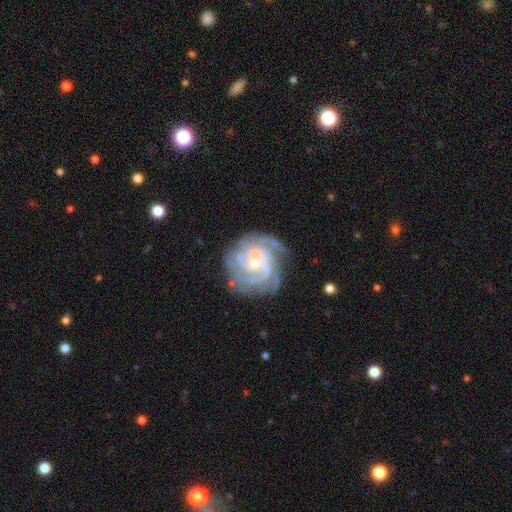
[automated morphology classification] Smooth or featured?
  - featured or disk: 87% *
  - smooth: 7%
  - star or artifact: 6%
Edge-on disk?
  - no: 98% *
  - yes: 2%
Bar?
  - no: 65% *
  - weak: 28%
  - strong: 7%
Spiral arms?
  - yes: 96% *
  - no: 4%
Spiral winding?
  - tight: 69% *
  - medium: 26%
  - loose: 5%
Spiral arm count?
  - 3: 35% *
  - 4: 22%
  - can't tell: 20%
  - 2: 13%
  - more than 4: 6%
  - 1: 5%
Bulge size?
  - small: 60% *
  - moderate: 35%
  - none: 3%
  - large: 2%
  - dominant: 1%
Merging?
  - none: 58% *
  - minor disturbance: 18%
  - merger: 15%
  - major disturbance: 9%